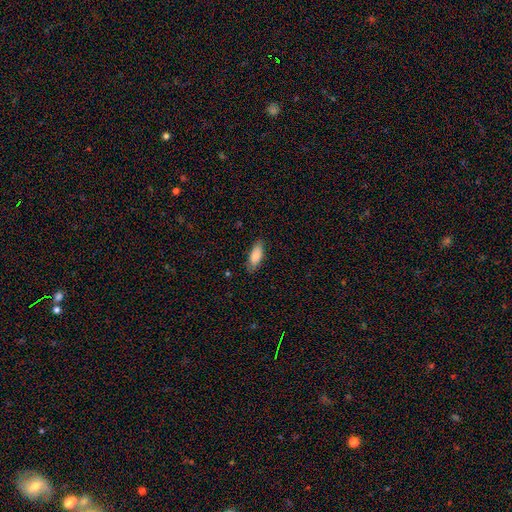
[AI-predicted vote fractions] Smooth or featured?
  - smooth: 85% *
  - featured or disk: 8%
  - star or artifact: 6%
How rounded?
  - in between: 76% *
  - cigar-shaped: 23%
  - round: 2%
Merging?
  - none: 82% *
  - minor disturbance: 14%
  - major disturbance: 3%
  - merger: 1%